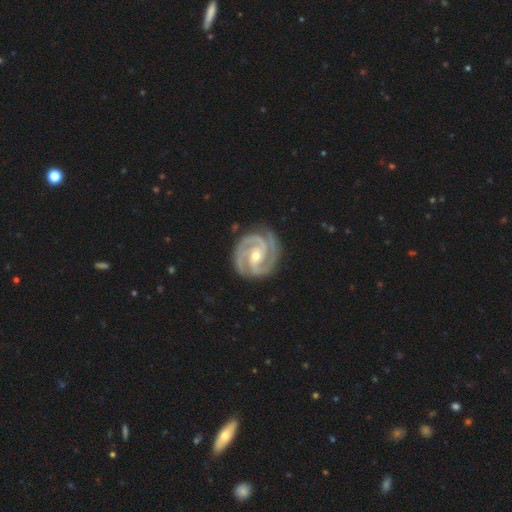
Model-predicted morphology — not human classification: The model was most divided on "bulge size": moderate: 49%, small: 48%, large: 1%, none: 1%, dominant: 1%. Remaining: spiral arms — yes (99%); edge-on disk — no (98%); smooth or featured — featured or disk (94%); merging — none (82%); spiral winding — tight (72%); spiral arm count — 3 (47%); bar — no (37%).